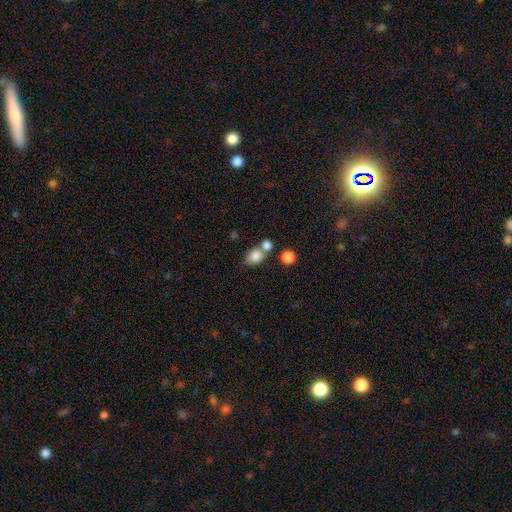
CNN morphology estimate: The model was most divided on "merging": none: 47%, merger: 37%, minor disturbance: 11%, major disturbance: 5%. More confident: smooth or featured — smooth (82%); how rounded — in between (56%).